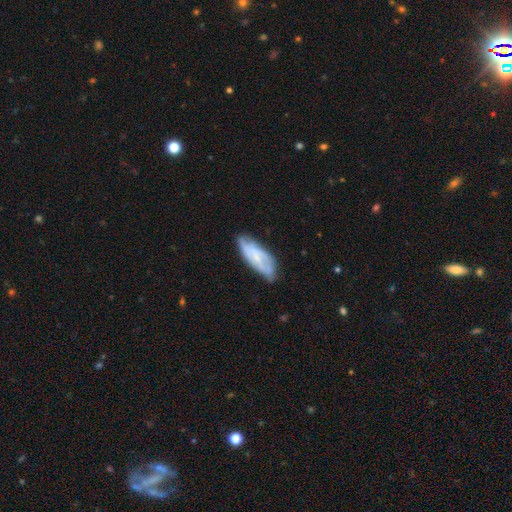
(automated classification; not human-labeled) smooth_or_featured: featured or disk (p=0.49) [alt: smooth p=0.44]
merging: none (p=0.67) [alt: minor disturbance p=0.25]